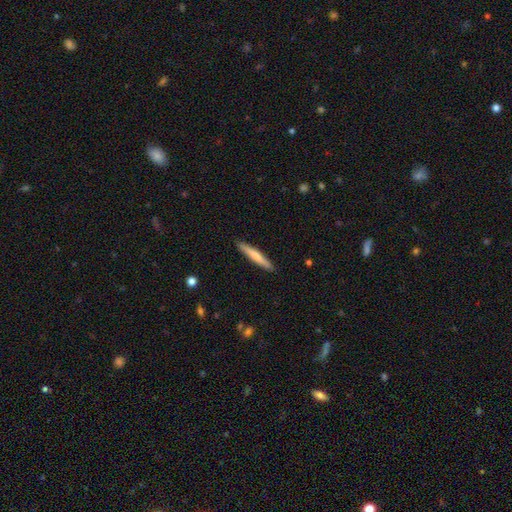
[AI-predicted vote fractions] Smooth or featured?
  - smooth: 67% *
  - featured or disk: 28%
  - star or artifact: 5%
How rounded?
  - cigar-shaped: 94% *
  - in between: 4%
  - round: 1%
Merging?
  - none: 91% *
  - minor disturbance: 7%
  - major disturbance: 1%
  - merger: 1%